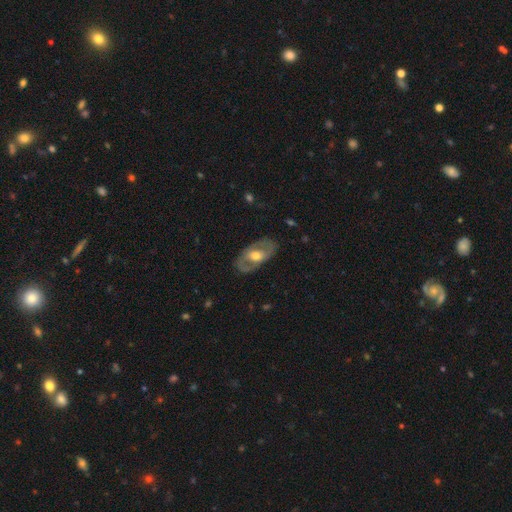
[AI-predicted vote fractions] Smooth or featured? featured or disk (65%)
Edge-on disk? no (89%)
Bar? no (50%)
Spiral arms? no (54%)
Bulge size? moderate (68%)
Merging? none (78%)